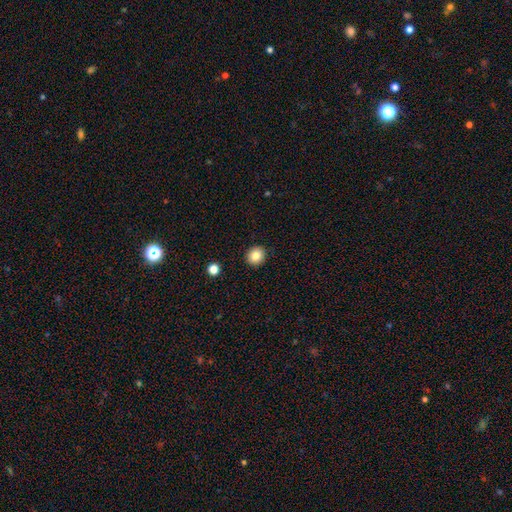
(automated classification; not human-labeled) Smooth or featured?
  - smooth: 84% *
  - star or artifact: 10%
  - featured or disk: 6%
How rounded?
  - round: 86% *
  - in between: 13%
  - cigar-shaped: 1%
Merging?
  - none: 92% *
  - minor disturbance: 5%
  - major disturbance: 2%
  - merger: 1%